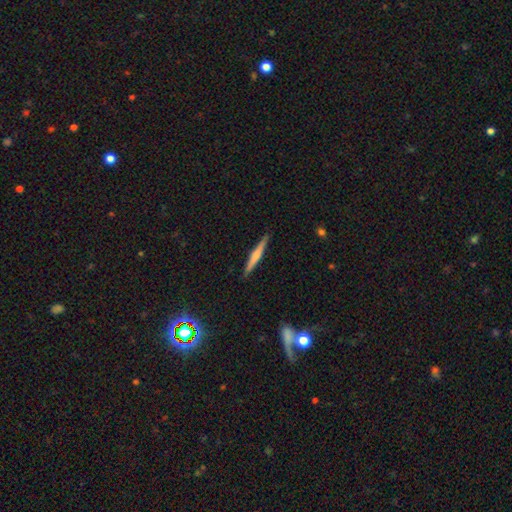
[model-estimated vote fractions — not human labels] featured or disk 52%, smooth 42%, star or artifact 6%. Down the decision tree: edge-on disk — yes (98%); edge-on bulge — rounded (54%); merging — none (91%).